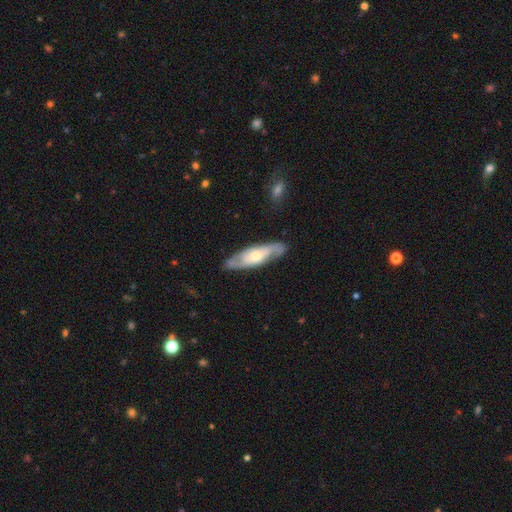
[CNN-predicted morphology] smooth_or_featured: featured or disk (p=0.66) [alt: smooth p=0.29]
disk_edge_on: no (p=0.72) [alt: yes p=0.28]
merging: none (p=0.80) [alt: minor disturbance p=0.15]